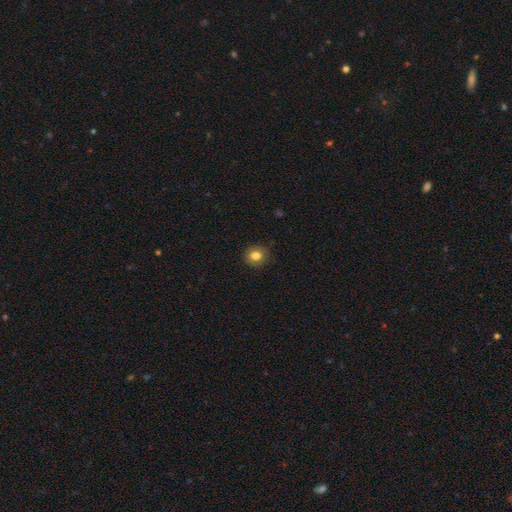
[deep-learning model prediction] The model was most divided on "how rounded": round: 80%, in between: 19%, cigar-shaped: 1%. More confident: merging — none (86%); smooth or featured — smooth (82%).